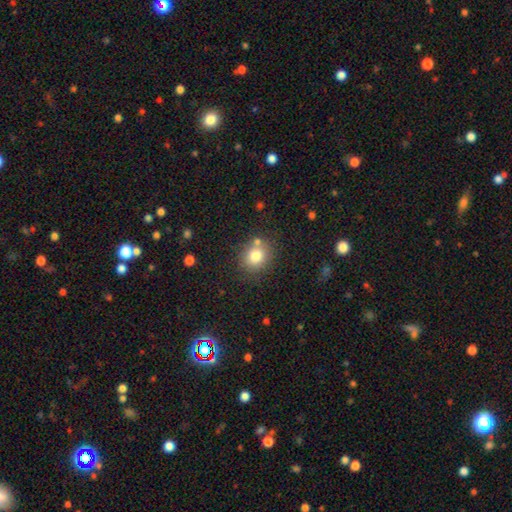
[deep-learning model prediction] The model was most divided on "how rounded": round: 72%, in between: 27%, cigar-shaped: 1%. More confident: smooth or featured — smooth (79%); merging — none (73%).